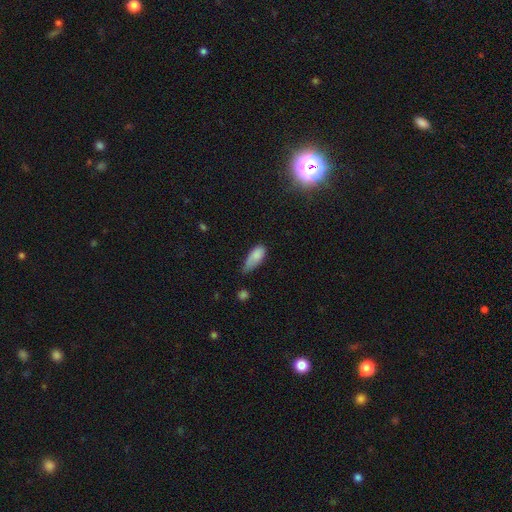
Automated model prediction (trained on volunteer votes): Smooth or featured: smooth — 84% (featured or disk — 9%)
How rounded: in between — 82% (cigar-shaped — 15%)
Merging: minor disturbance — 50% (none — 31%)